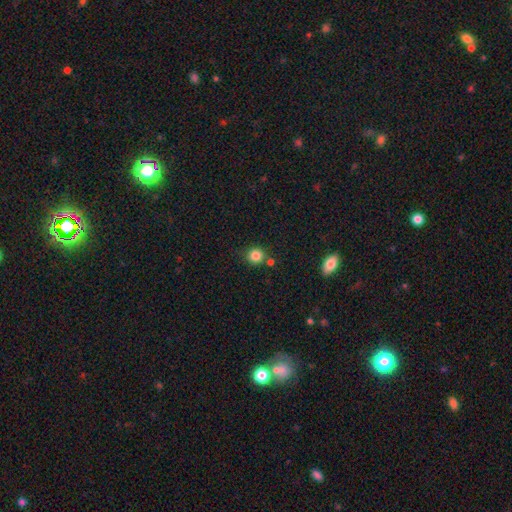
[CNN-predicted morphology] The model was most divided on "merging": none: 73%, minor disturbance: 12%, merger: 11%, major disturbance: 3%. More confident: how rounded — round (90%); smooth or featured — smooth (84%).